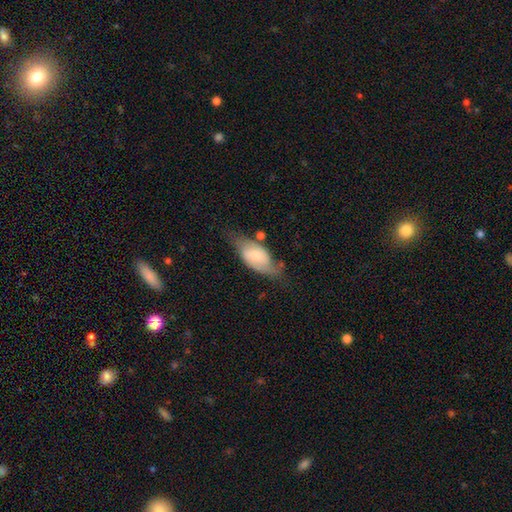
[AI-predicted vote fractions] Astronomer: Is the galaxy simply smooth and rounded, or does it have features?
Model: featured or disk — 50% (runner-up: smooth, 44%).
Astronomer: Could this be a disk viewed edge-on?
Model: no — 89%.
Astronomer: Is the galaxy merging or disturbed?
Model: none — 50% (runner-up: minor disturbance, 30%).